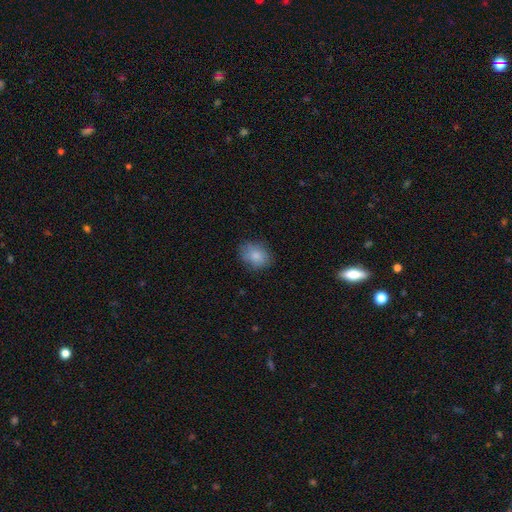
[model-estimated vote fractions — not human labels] smooth 85%, star or artifact 8%, featured or disk 7%. Down the decision tree: how rounded — in between (57%); merging — none (77%).